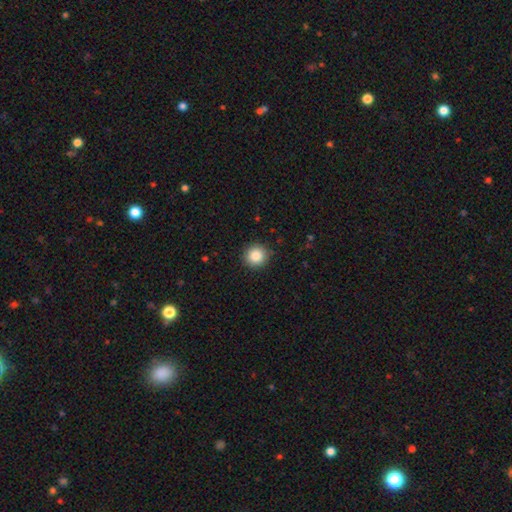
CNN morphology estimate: This appears to be a smooth galaxy with no disk features (86%) that is round (94%). Merging: none (91%).